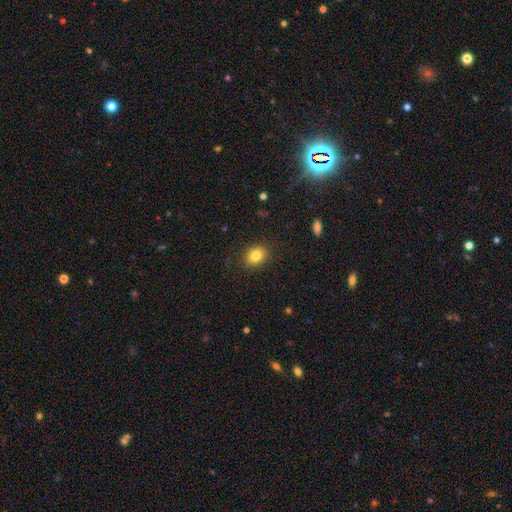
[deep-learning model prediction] A smooth galaxy with no disk features (83%) that is in between round and cigar-shaped (60%).

Vote fractions:
- Smooth or featured? smooth: 83% / star or artifact: 9% / featured or disk: 8%
- How rounded? in between: 60% / round: 39% / cigar-shaped: 1%
- Merging? none: 87% / minor disturbance: 9% / major disturbance: 3% / merger: 1%